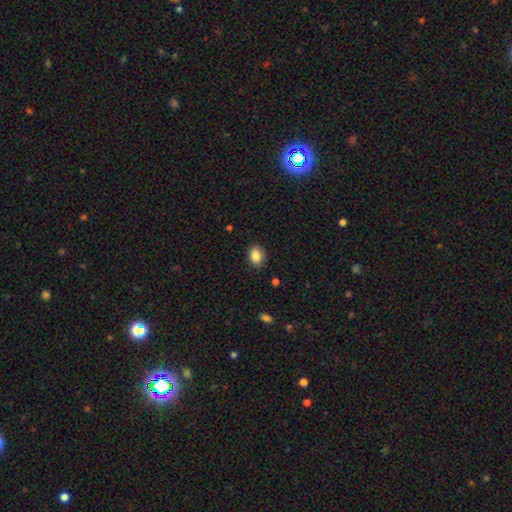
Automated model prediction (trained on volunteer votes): smooth 87%, star or artifact 8%, featured or disk 4%. Down the decision tree: how rounded — in between (70%); merging — none (86%).